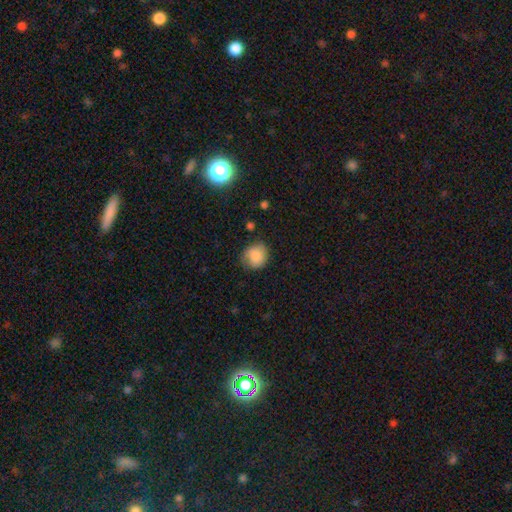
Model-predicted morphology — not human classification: A smooth galaxy with no disk features (84%) that is round (79%). Merging: none (73%).